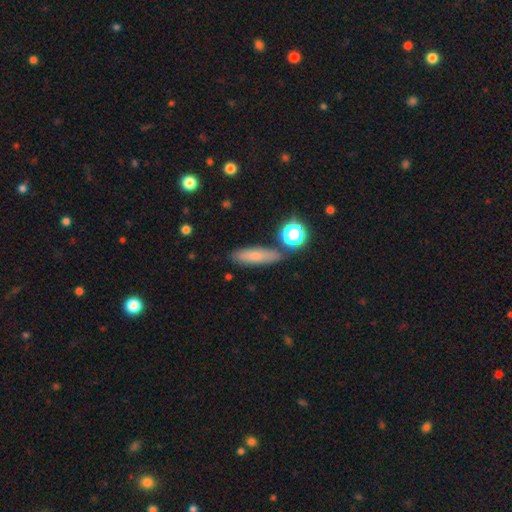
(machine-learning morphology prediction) This appears to be a smooth galaxy with no disk features (72%) that is cigar-shaped (59%). Merging: none (79%).